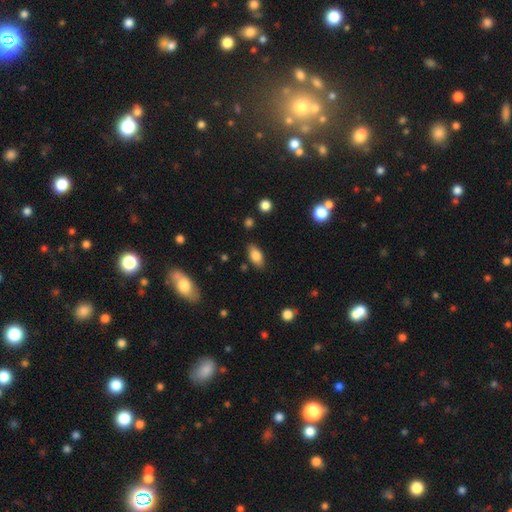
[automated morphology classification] smooth 80%, featured or disk 12%, star or artifact 8%. Down the decision tree: how rounded — in between (88%); merging — none (84%).